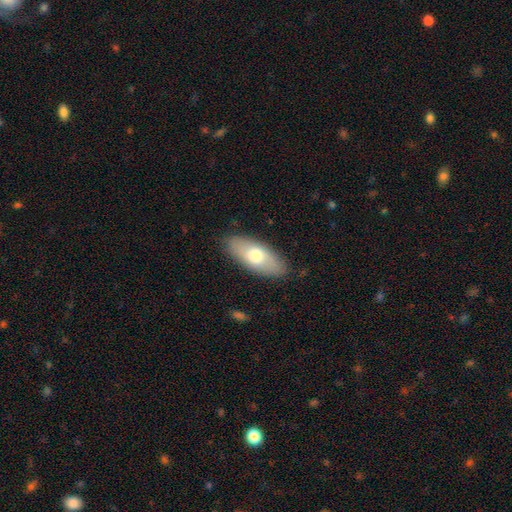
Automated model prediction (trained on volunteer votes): smooth-or-featured: smooth: 67% | featured or disk: 27% | star or artifact: 6%
  how-rounded: in between: 83% | cigar-shaped: 14% | round: 3%
  merging: none: 86% | minor disturbance: 11% | major disturbance: 2% | merger: 1%